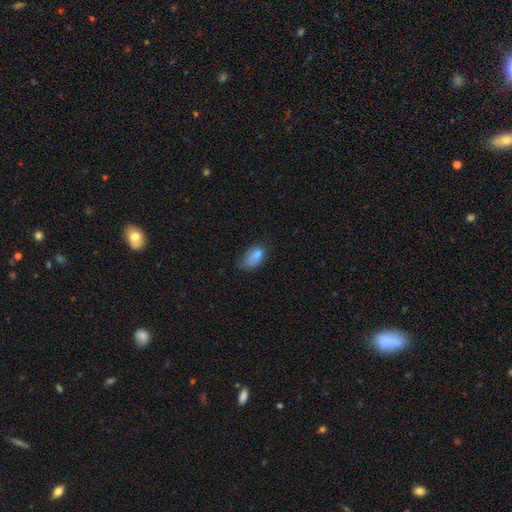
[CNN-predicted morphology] smooth 82%, star or artifact 9%, featured or disk 8%. Down the decision tree: how rounded — in between (91%); merging — none (43%).